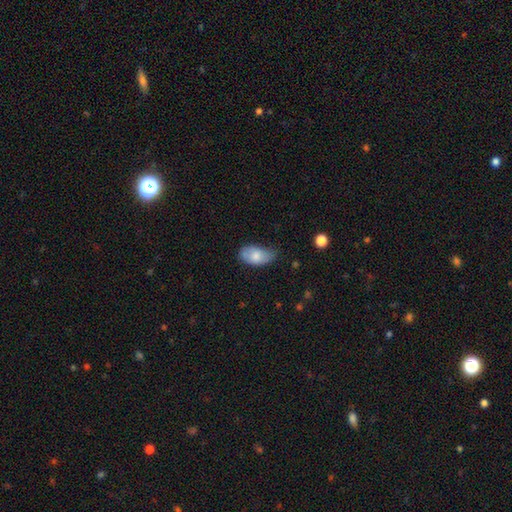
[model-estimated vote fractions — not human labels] Overall: smooth (78%). How rounded: in between (93%). Merging: none (45%; minor disturbance 42%).